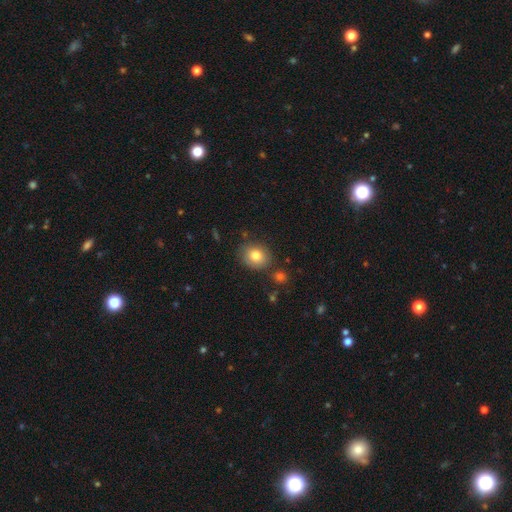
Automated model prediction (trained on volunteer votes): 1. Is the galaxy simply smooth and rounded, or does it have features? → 80% smooth, 10% featured or disk, 9% star or artifact.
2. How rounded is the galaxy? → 58% round, 41% in between, 1% cigar-shaped.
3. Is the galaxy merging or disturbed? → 78% none, 13% minor disturbance, 5% merger, 3% major disturbance.